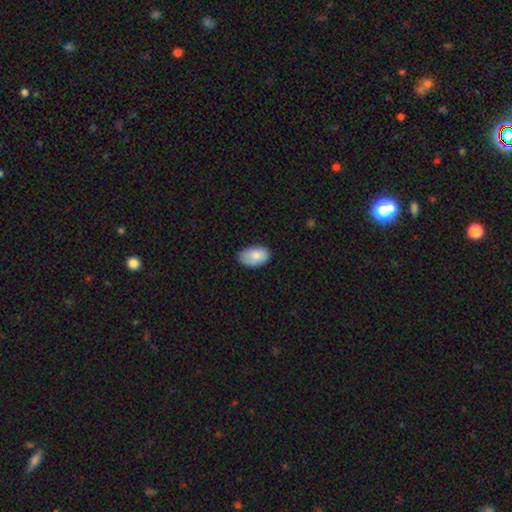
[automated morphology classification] smooth_or_featured: smooth (p=0.85) [alt: featured or disk p=0.09]
how_rounded: in between (p=0.93) [alt: round p=0.06]
merging: none (p=0.80) [alt: minor disturbance p=0.17]